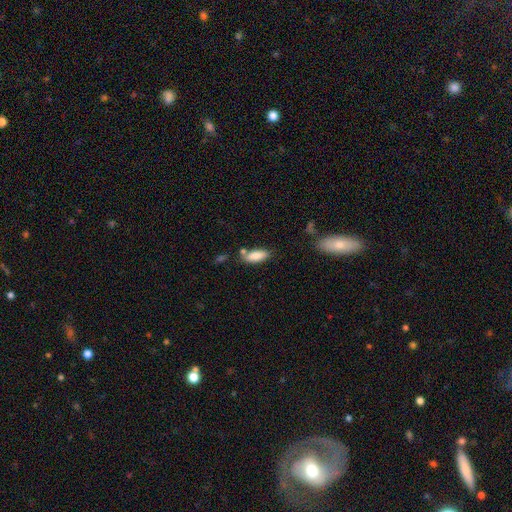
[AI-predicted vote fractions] Morphology: type=smooth (86%); roundness=in between (76%); merging=none (69%).